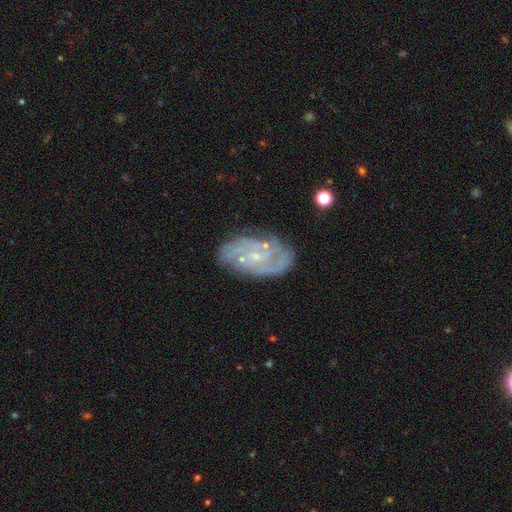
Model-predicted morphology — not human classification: Smooth or featured: featured or disk — 83% (smooth — 10%)
Edge-on disk: no — 96% (yes — 4%)
Bar: no — 60% (weak — 33%)
Spiral arms: yes — 92% (no — 8%)
Spiral winding: tight — 54% (medium — 36%)
Spiral arm count: 2 — 36% (can't tell — 27%)
Bulge size: small — 79% (moderate — 14%)
Merging: none — 73% (minor disturbance — 17%)